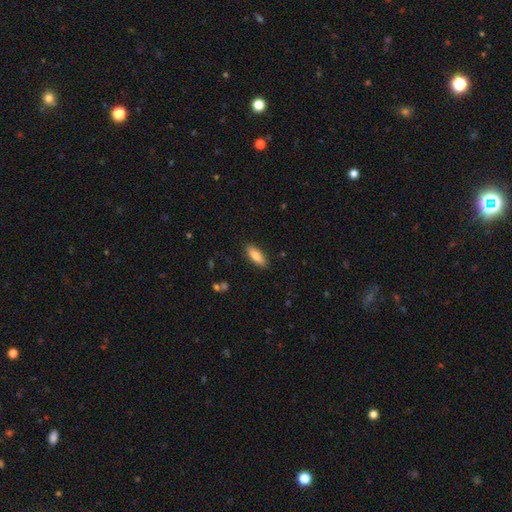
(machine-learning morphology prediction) A smooth galaxy with no disk features (82%) that is in between round and cigar-shaped (60%). Merging: none (87%).